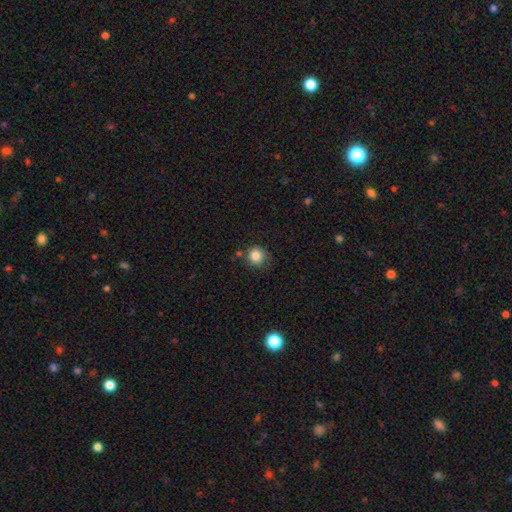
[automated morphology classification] This appears to be a smooth galaxy with no disk features (85%) that is round (91%). Merging: none (75%).